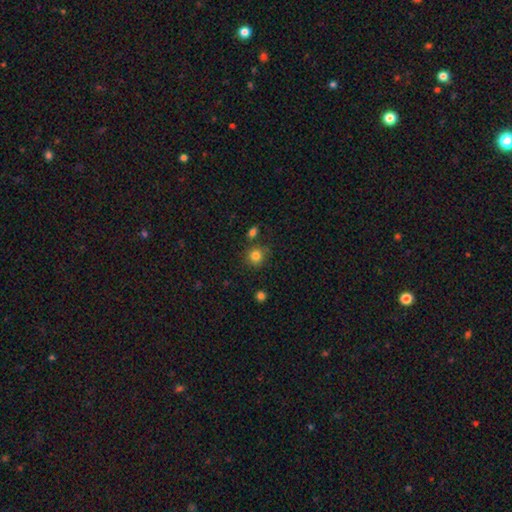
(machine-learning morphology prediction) The model was most divided on "merging": none: 79%, minor disturbance: 10%, merger: 7%, major disturbance: 3%. More confident: how rounded — round (90%); smooth or featured — smooth (83%).